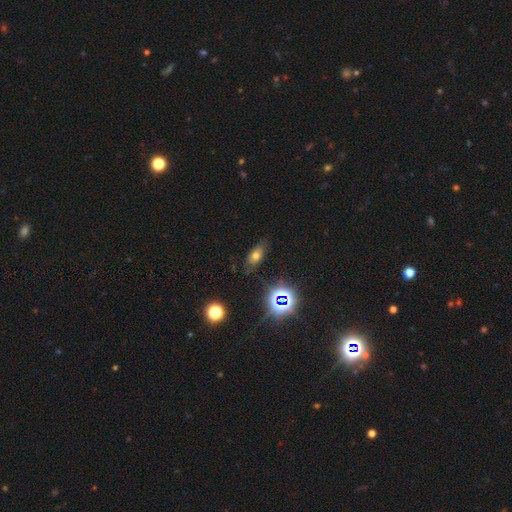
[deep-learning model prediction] The model was most divided on "smooth or featured": smooth: 58%, star or artifact: 26%, featured or disk: 16%. More confident: how rounded — in between (81%); merging — none (76%).